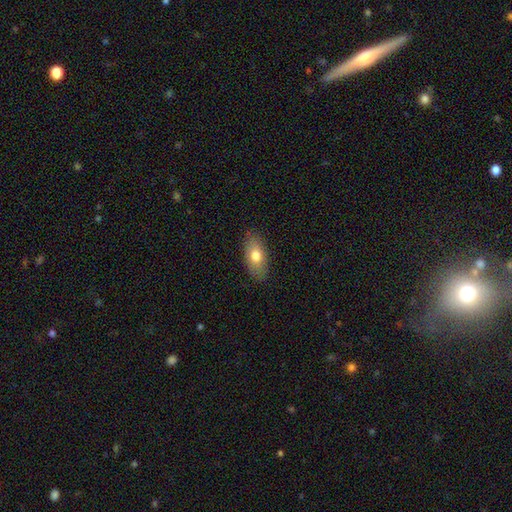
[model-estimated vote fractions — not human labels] smooth-or-featured: smooth: 75% | featured or disk: 18% | star or artifact: 7%
  how-rounded: in between: 90% | cigar-shaped: 6% | round: 5%
  merging: none: 85% | minor disturbance: 12% | major disturbance: 3% | merger: 1%